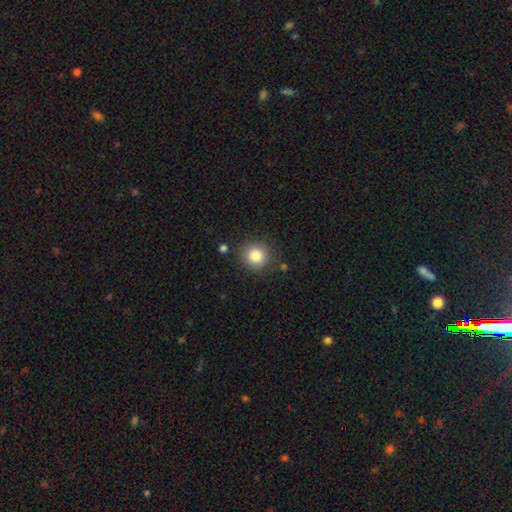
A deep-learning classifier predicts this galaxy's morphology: smooth-or-featured: smooth: 84% | star or artifact: 10% | featured or disk: 6%
  how-rounded: round: 90% | in between: 9% | cigar-shaped: 1%
  merging: none: 85% | minor disturbance: 9% | major disturbance: 3% | merger: 3%